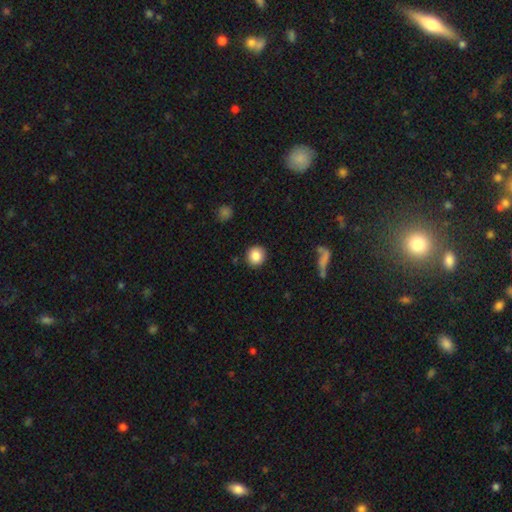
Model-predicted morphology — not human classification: The model was most divided on "smooth or featured": smooth: 85%, star or artifact: 9%, featured or disk: 5%. More confident: merging — none (90%); how rounded — round (88%).